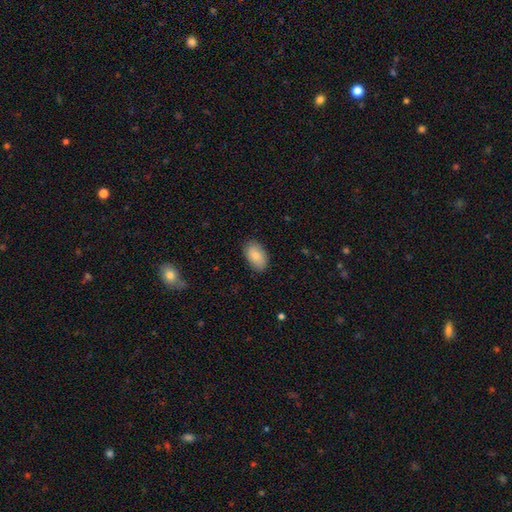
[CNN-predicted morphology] smooth 82%, featured or disk 11%, star or artifact 7%. Down the decision tree: how rounded — in between (92%); merging — none (86%).